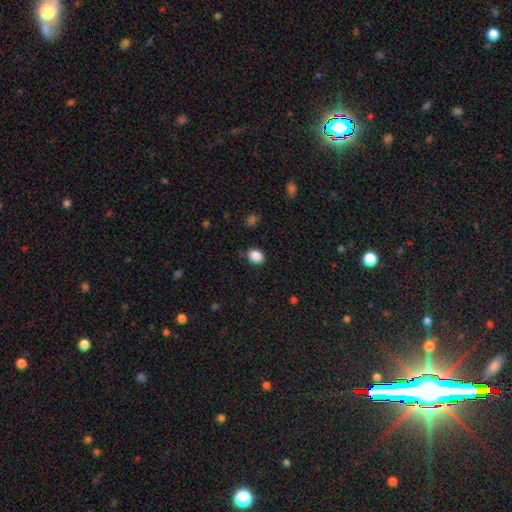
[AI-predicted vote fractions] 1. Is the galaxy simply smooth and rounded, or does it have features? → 88% smooth, 9% star or artifact, 3% featured or disk.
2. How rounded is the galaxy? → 65% in between, 34% round, 1% cigar-shaped.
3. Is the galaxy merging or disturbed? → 83% none, 13% minor disturbance, 3% major disturbance, 2% merger.